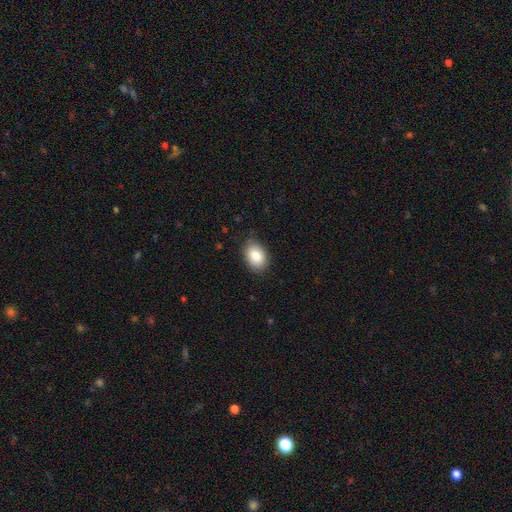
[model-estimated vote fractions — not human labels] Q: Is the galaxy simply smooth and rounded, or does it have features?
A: smooth — 85%.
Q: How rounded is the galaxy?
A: in between — 84%.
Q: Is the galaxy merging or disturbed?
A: none — 82%.